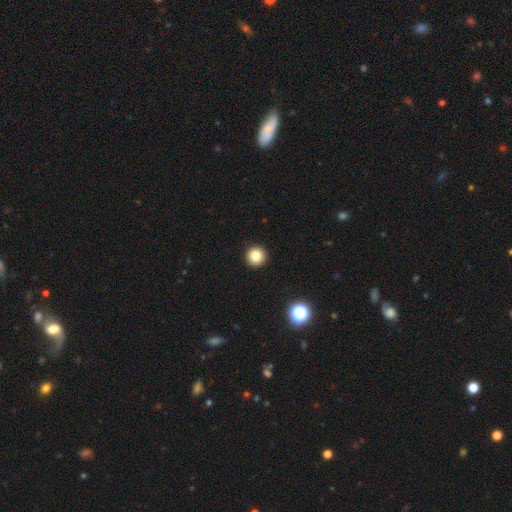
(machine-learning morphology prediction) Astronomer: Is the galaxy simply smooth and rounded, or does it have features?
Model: smooth — 81%.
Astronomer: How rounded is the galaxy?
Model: round — 96%.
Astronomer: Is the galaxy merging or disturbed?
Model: none — 94%.